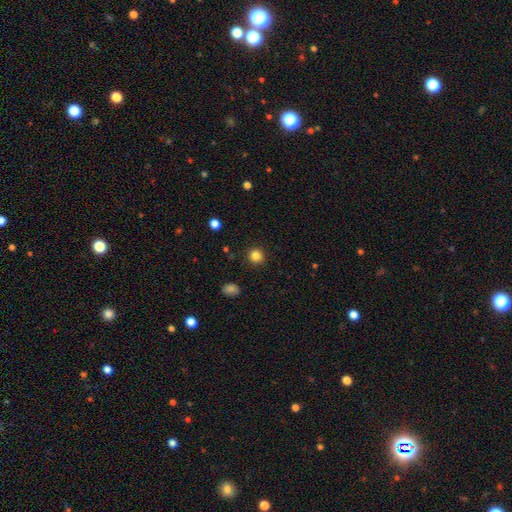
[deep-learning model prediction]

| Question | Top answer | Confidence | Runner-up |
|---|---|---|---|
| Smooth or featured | smooth | 84% | star or artifact (12%) |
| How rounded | round | 93% | in between (6%) |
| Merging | none | 91% | minor disturbance (6%) |